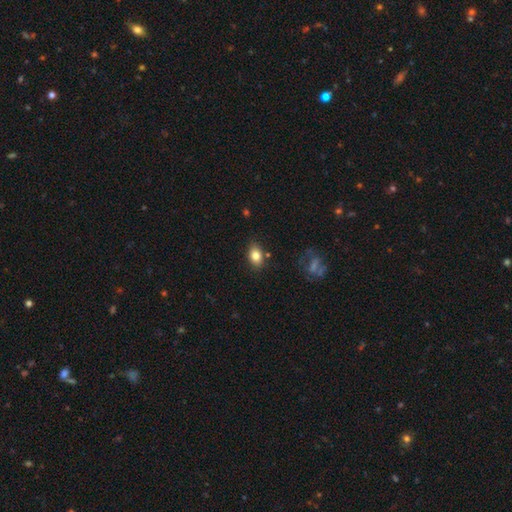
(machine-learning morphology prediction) smooth_or_featured: smooth (p=0.82) [alt: featured or disk p=0.09]
how_rounded: in between (p=0.79) [alt: round p=0.19]
merging: none (p=0.81) [alt: minor disturbance p=0.13]